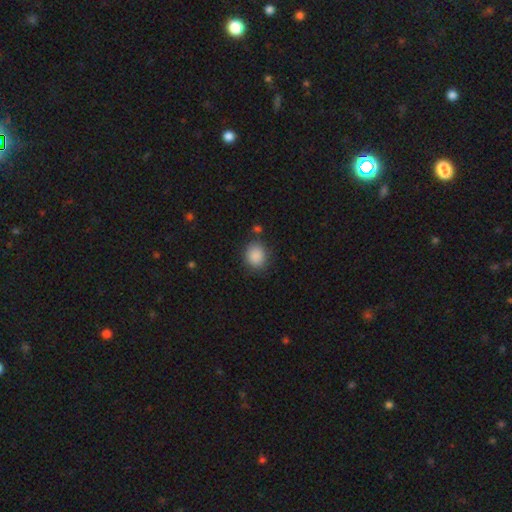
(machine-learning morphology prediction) A smooth galaxy with no disk features (88%) that is round (70%).

Vote fractions:
- Smooth or featured? smooth: 88% / star or artifact: 8% / featured or disk: 3%
- How rounded? round: 70% / in between: 29% / cigar-shaped: 1%
- Merging? none: 80% / minor disturbance: 12% / major disturbance: 4% / merger: 3%